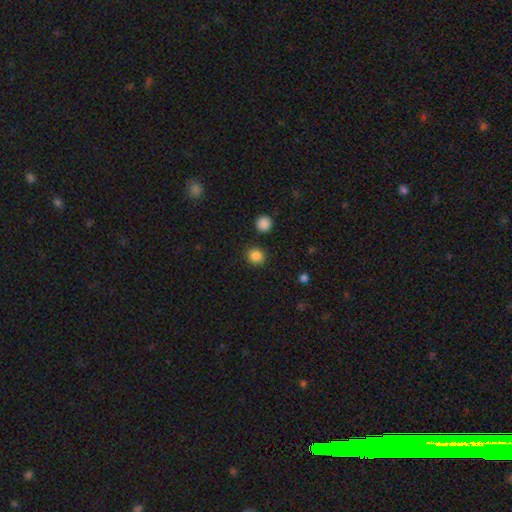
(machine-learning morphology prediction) smooth 85%, star or artifact 11%, featured or disk 3%. Down the decision tree: how rounded — round (84%); merging — none (89%).